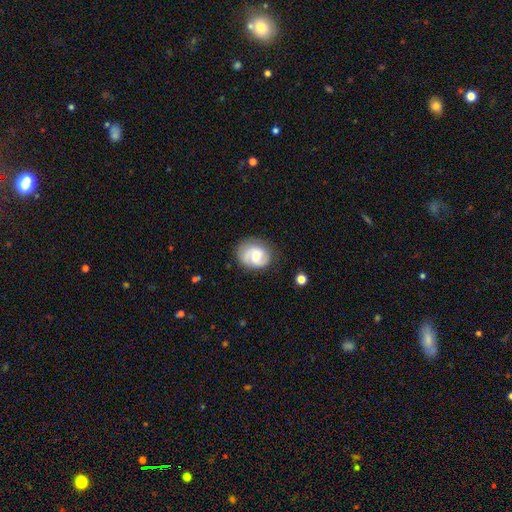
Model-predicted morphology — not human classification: featured or disk 56%, smooth 37%, star or artifact 7%. Down the decision tree: edge-on disk — no (97%); bar — weak (47%); spiral arms — yes (86%); bulge size — moderate (48%); merging — none (68%).